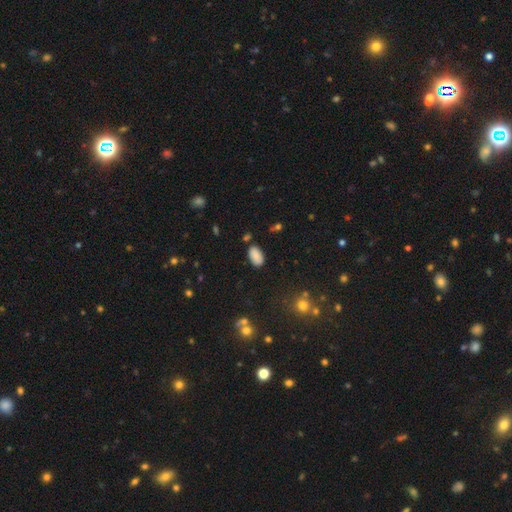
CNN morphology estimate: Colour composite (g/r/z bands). It shows a smooth galaxy with no disk features (86%) that is in between round and cigar-shaped (94%). Merging: none (83%).